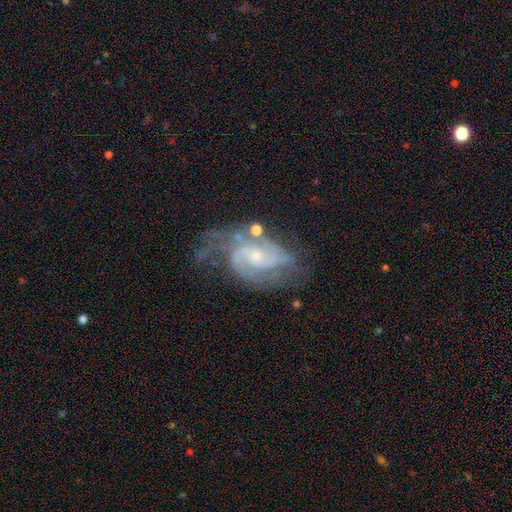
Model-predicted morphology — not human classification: A featured or disk galaxy (88%) with no bar (56%), 2 (62%) medium (47%) spiral arms (96%) and a small central bulge (67%).

Vote fractions:
- Smooth or featured? featured or disk: 88% / star or artifact: 6% / smooth: 6%
- Edge-on disk? no: 97% / yes: 3%
- Bar? no: 56% / weak: 37% / strong: 7%
- Spiral arms? yes: 96% / no: 4%
- Spiral winding? medium: 47% / tight: 38% / loose: 15%
- Spiral arm count? 2: 62% / can't tell: 14% / 3: 12% / 1: 5% / 4: 3% / more than 4: 3%
- Bulge size? small: 67% / moderate: 27% / none: 3% / large: 1% / dominant: 1%
- Merging? none: 49% / minor disturbance: 25% / major disturbance: 20% / merger: 6%